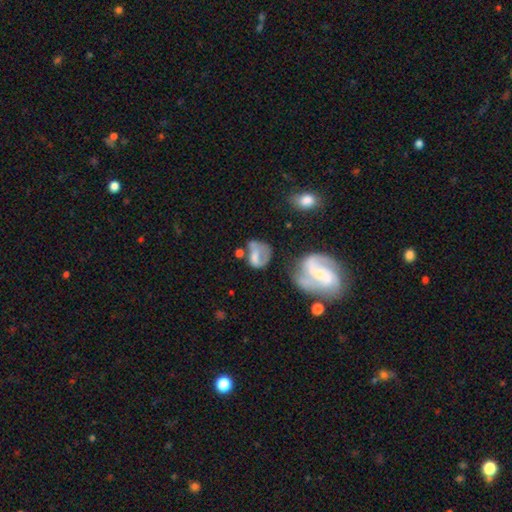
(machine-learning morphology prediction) This appears to be a featured or disk galaxy (46%). Merging: major disturbance (31%).